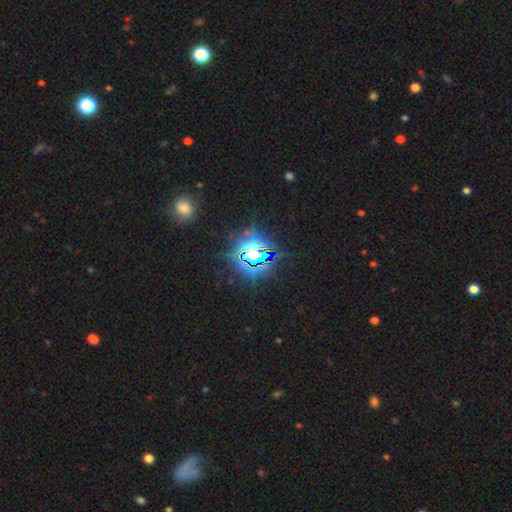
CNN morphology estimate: smooth_or_featured: star or artifact (p=0.77) [alt: smooth p=0.14]